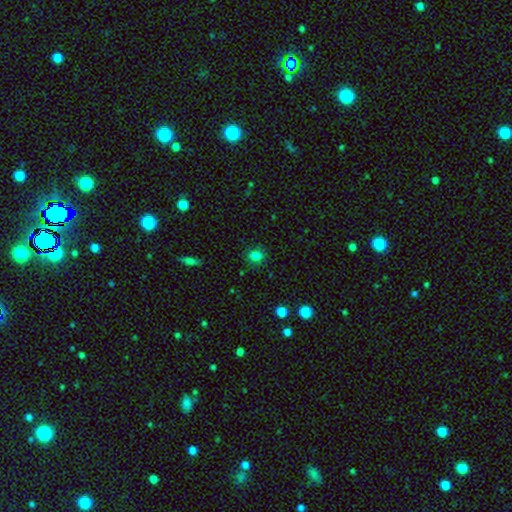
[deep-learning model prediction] A smooth galaxy with no disk features (82%) that is round (70%). Merging: none (85%).